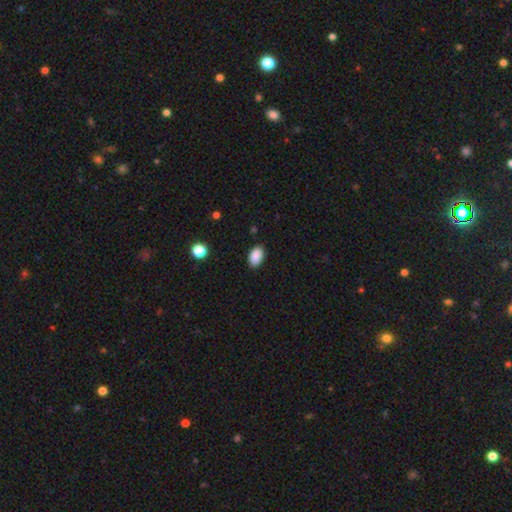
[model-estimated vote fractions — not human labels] Smooth or featured?
  - smooth: 89% *
  - star or artifact: 8%
  - featured or disk: 3%
How rounded?
  - in between: 91% *
  - round: 7%
  - cigar-shaped: 1%
Merging?
  - none: 86% *
  - minor disturbance: 10%
  - major disturbance: 2%
  - merger: 1%